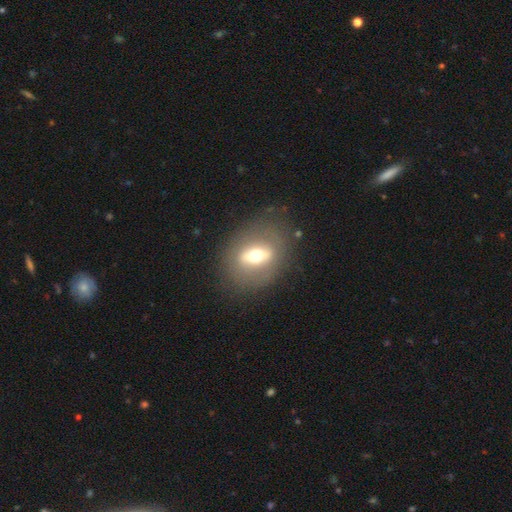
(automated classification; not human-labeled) The model was most divided on "smooth or featured": featured or disk: 49%, smooth: 42%, star or artifact: 9%. More confident: merging — none (78%).